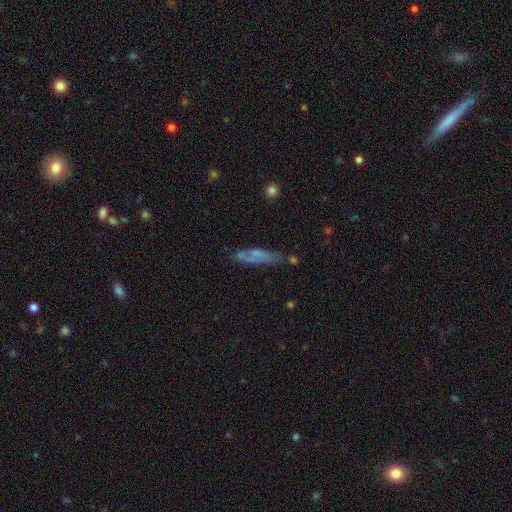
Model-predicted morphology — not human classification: Smooth or featured: smooth — 52% (featured or disk — 37%)
How rounded: cigar-shaped — 79% (in between — 18%)
Merging: none — 58% (minor disturbance — 24%)